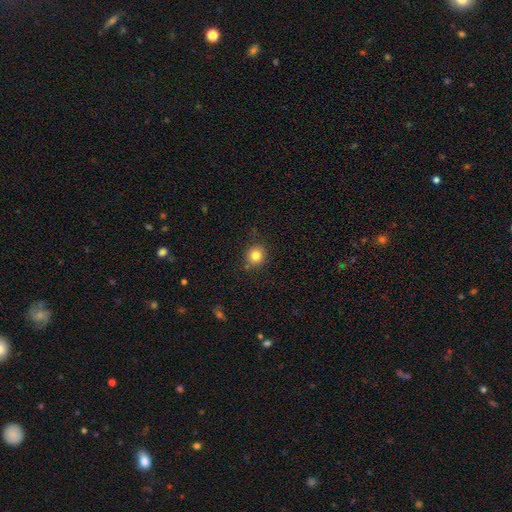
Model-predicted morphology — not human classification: smooth_or_featured: smooth (p=0.83) [alt: star or artifact p=0.11]
how_rounded: round (p=0.90) [alt: in between p=0.09]
merging: none (p=0.84) [alt: minor disturbance p=0.11]